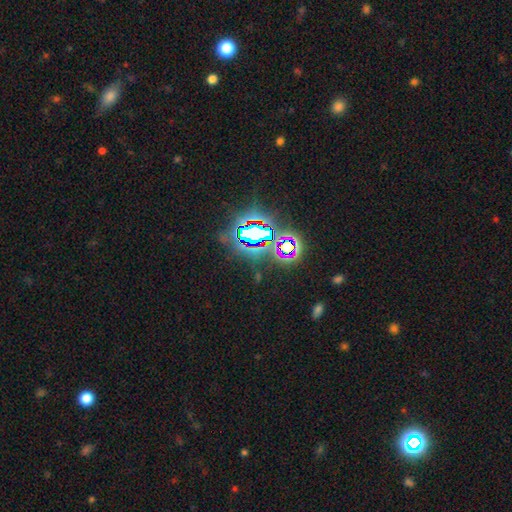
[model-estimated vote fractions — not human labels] Smooth or featured? star or artifact (80%)